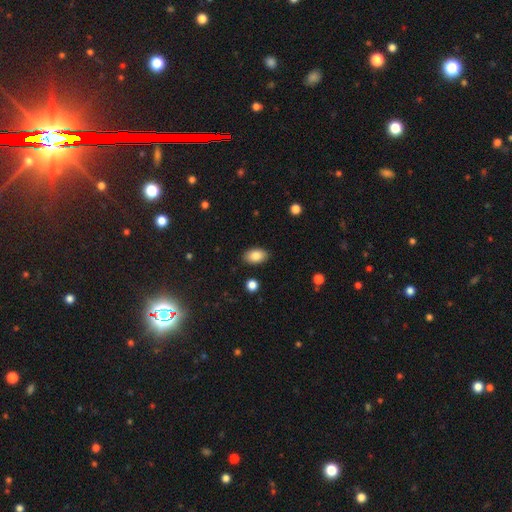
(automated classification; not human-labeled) Morphology: type=smooth (85%); roundness=in between (91%); merging=none (88%).